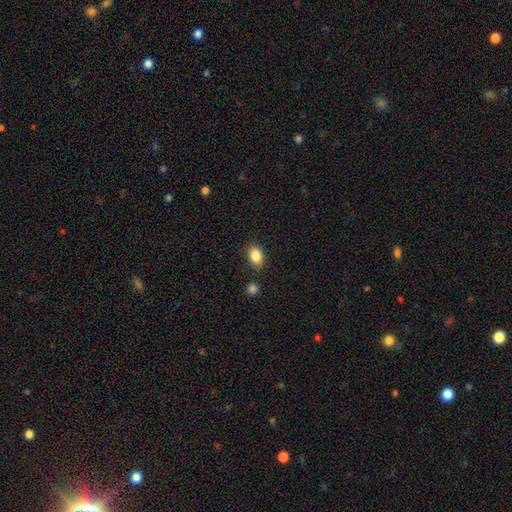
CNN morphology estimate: smooth-or-featured: smooth: 86% | star or artifact: 9% | featured or disk: 5%
  how-rounded: in between: 77% | round: 22% | cigar-shaped: 1%
  merging: none: 83% | minor disturbance: 11% | merger: 4% | major disturbance: 3%